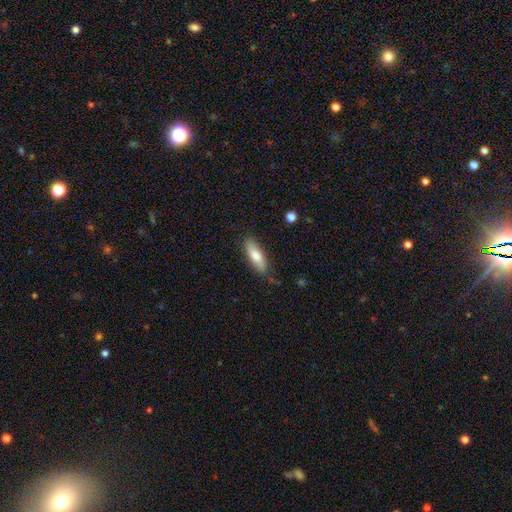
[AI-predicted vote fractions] This is likely a smooth galaxy (74%). How rounded: possibly in between (53%). Merging: clearly none (80%).